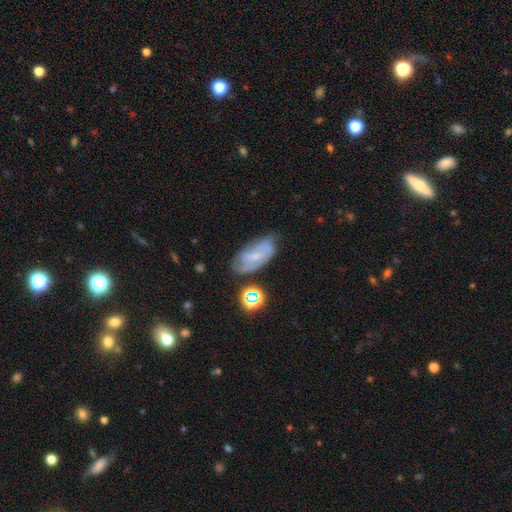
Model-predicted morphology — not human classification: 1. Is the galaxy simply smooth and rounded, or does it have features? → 51% featured or disk, 37% smooth, 11% star or artifact.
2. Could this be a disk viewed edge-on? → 91% no, 9% yes.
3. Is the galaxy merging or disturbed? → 56% none, 29% minor disturbance, 10% major disturbance, 5% merger.